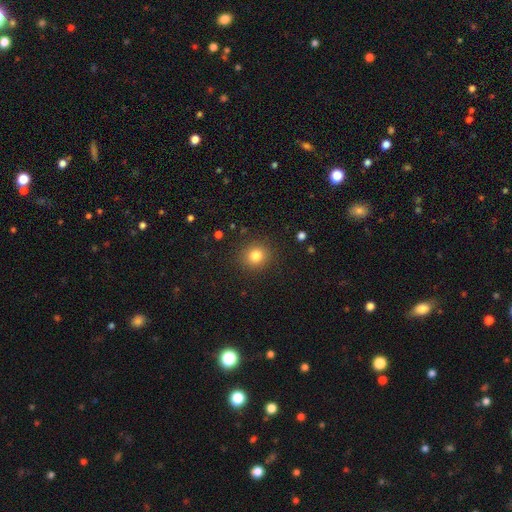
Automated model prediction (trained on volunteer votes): A smooth galaxy with no disk features (81%) that is round (88%). Merging: none (90%).